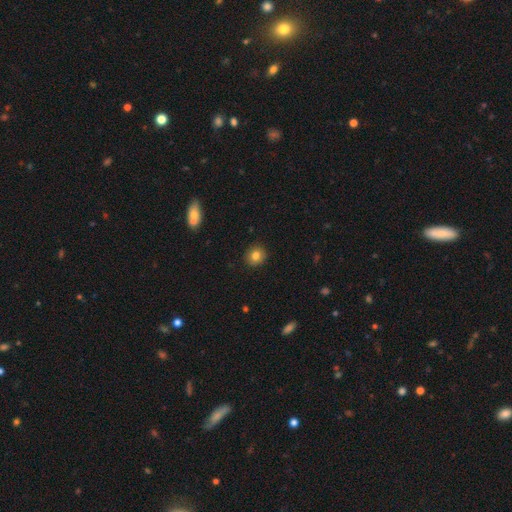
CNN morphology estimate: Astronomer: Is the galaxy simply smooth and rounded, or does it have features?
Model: smooth — 82%.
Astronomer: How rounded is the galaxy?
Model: round — 81%.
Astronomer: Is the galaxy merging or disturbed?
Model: none — 90%.